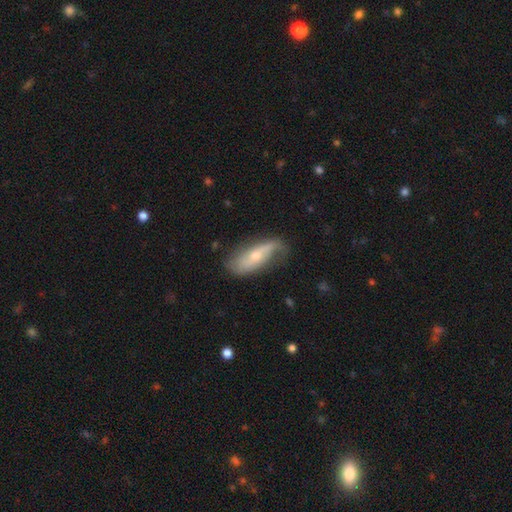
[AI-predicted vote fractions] smooth-or-featured: featured or disk: 63% | smooth: 31% | star or artifact: 6%
  disk-edge-on: no: 79% | yes: 21%
  merging: none: 58% | minor disturbance: 28% | major disturbance: 11% | merger: 2%